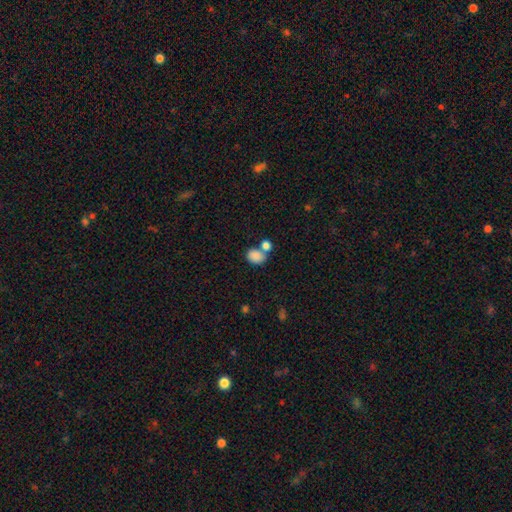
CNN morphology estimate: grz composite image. It shows a smooth galaxy with no disk features (85%) that is in between round and cigar-shaped (56%). Merging: none (44%).